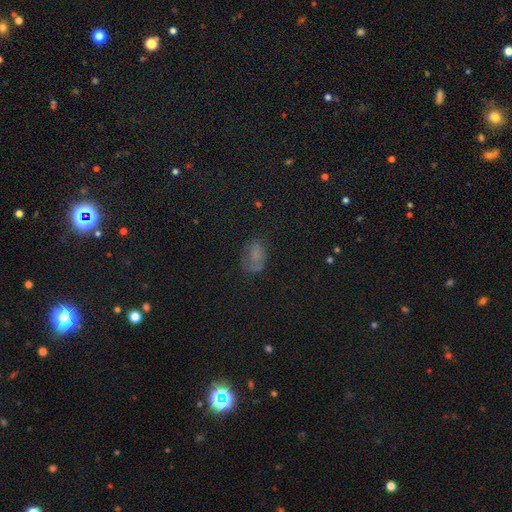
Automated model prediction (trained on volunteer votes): Smooth or featured?
  - smooth: 57% *
  - star or artifact: 24%
  - featured or disk: 19%
How rounded?
  - in between: 80% *
  - round: 19%
  - cigar-shaped: 2%
Merging?
  - none: 57% *
  - minor disturbance: 25%
  - major disturbance: 15%
  - merger: 4%